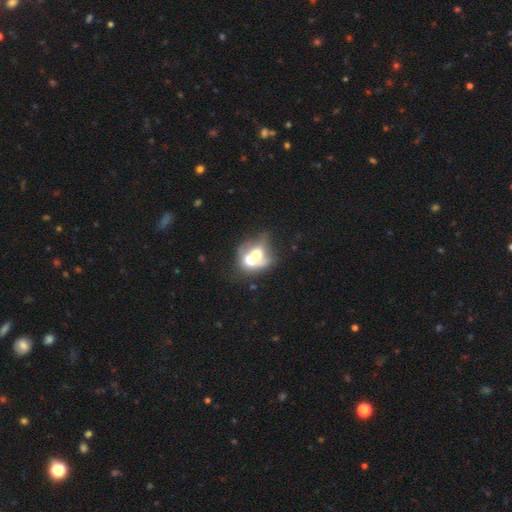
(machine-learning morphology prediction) Q: Smooth or featured?
A: smooth (54%); runner-up: featured or disk (36%)
Q: How rounded?
A: in between (52%); runner-up: round (46%)
Q: Merging?
A: merger (70%); runner-up: none (13%)